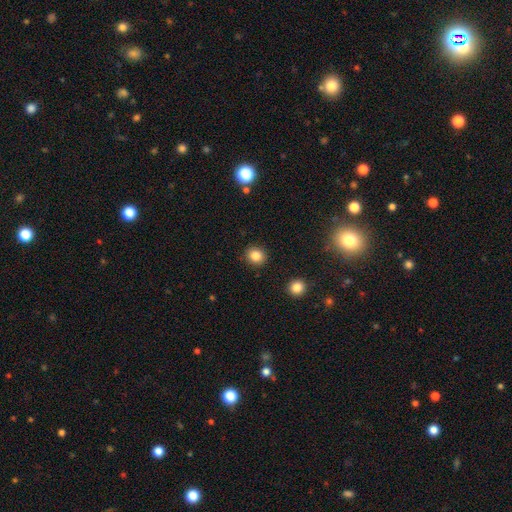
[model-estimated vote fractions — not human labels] Smooth or featured? smooth (84%)
How rounded? round (81%)
Merging? none (91%)